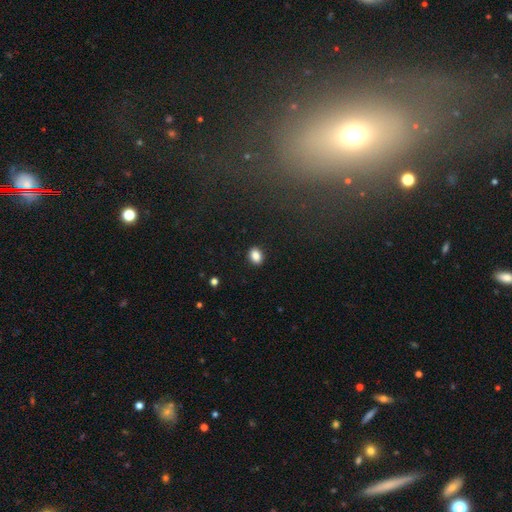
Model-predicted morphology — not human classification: A smooth galaxy with no disk features (87%) that is in between round and cigar-shaped (70%).

Vote fractions:
- Smooth or featured? smooth: 87% / star or artifact: 9% / featured or disk: 4%
- How rounded? in between: 70% / round: 28% / cigar-shaped: 1%
- Merging? none: 89% / minor disturbance: 8% / major disturbance: 2% / merger: 1%